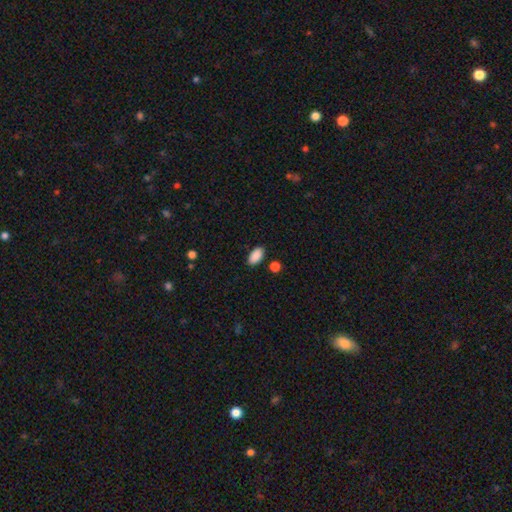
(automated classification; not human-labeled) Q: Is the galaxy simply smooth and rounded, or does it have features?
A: smooth — 90%.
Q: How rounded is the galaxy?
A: in between — 93%.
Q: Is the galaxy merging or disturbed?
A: none — 86%.